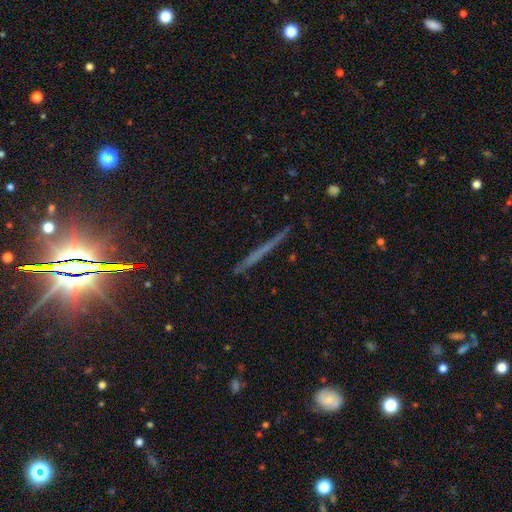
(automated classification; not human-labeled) Q: Smooth or featured?
A: star or artifact (47%); runner-up: featured or disk (35%)